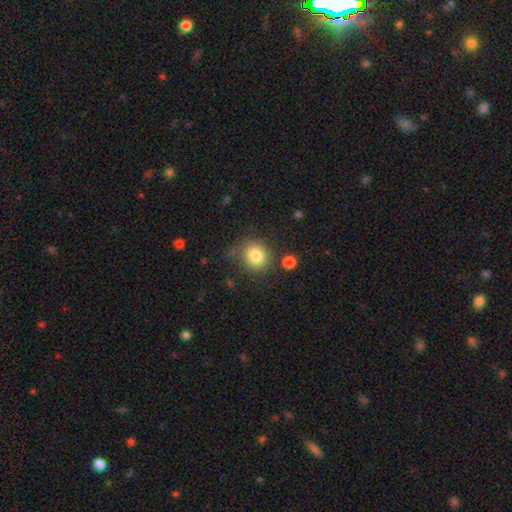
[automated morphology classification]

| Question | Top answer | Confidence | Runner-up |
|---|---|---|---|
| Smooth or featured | smooth | 82% | star or artifact (10%) |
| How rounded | round | 84% | in between (15%) |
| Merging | none | 76% | minor disturbance (13%) |